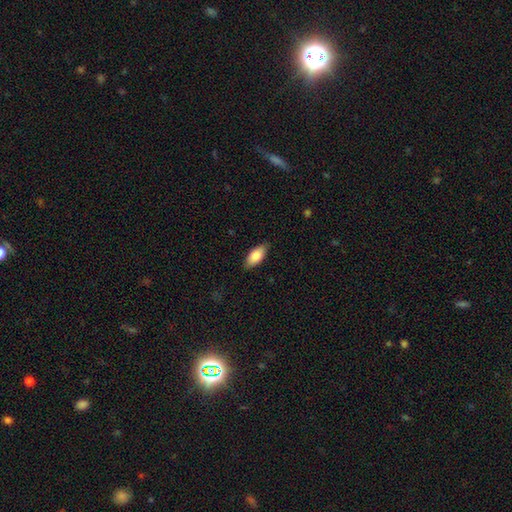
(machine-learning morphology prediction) Smooth or featured?
  - smooth: 82% *
  - featured or disk: 12%
  - star or artifact: 6%
How rounded?
  - in between: 90% *
  - cigar-shaped: 8%
  - round: 2%
Merging?
  - none: 86% *
  - minor disturbance: 11%
  - major disturbance: 2%
  - merger: 1%